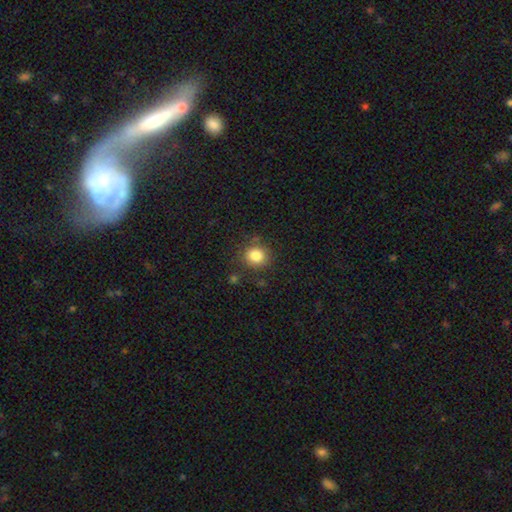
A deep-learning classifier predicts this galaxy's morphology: Smooth or featured: smooth — 84% (star or artifact — 11%)
How rounded: round — 85% (in between — 14%)
Merging: none — 82% (minor disturbance — 11%)